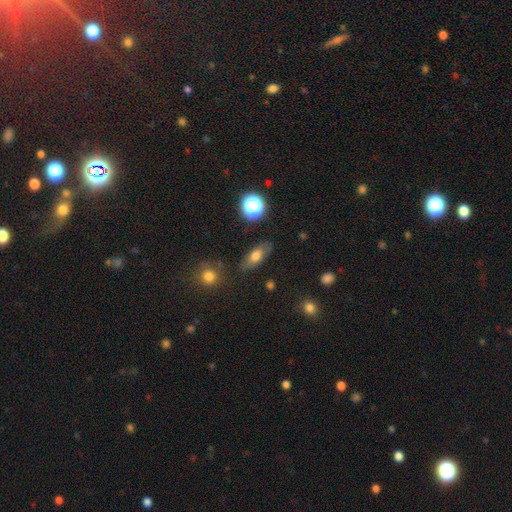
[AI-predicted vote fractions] This appears to be a smooth galaxy with no disk features (67%) that is in between round and cigar-shaped (73%). Merging: none (80%).